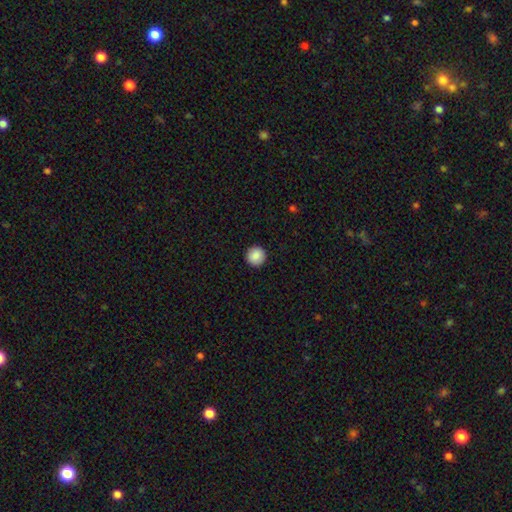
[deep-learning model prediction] smooth-or-featured: smooth: 88% | star or artifact: 8% | featured or disk: 4%
  how-rounded: round: 96% | in between: 3% | cigar-shaped: 1%
  merging: none: 93% | minor disturbance: 4% | major disturbance: 1% | merger: 1%